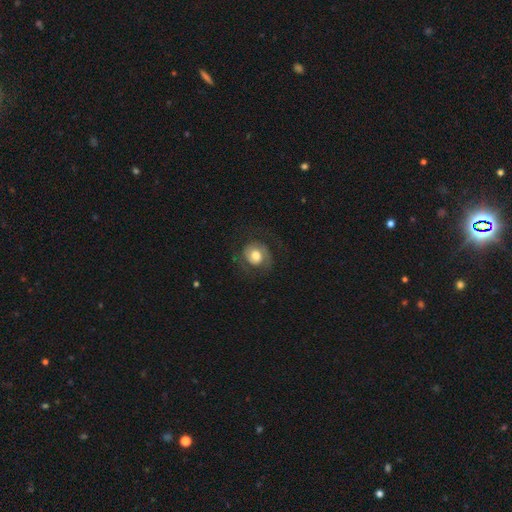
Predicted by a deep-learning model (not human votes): Smooth or featured: featured or disk — 49% (smooth — 43%)
Merging: none — 66% (minor disturbance — 17%)